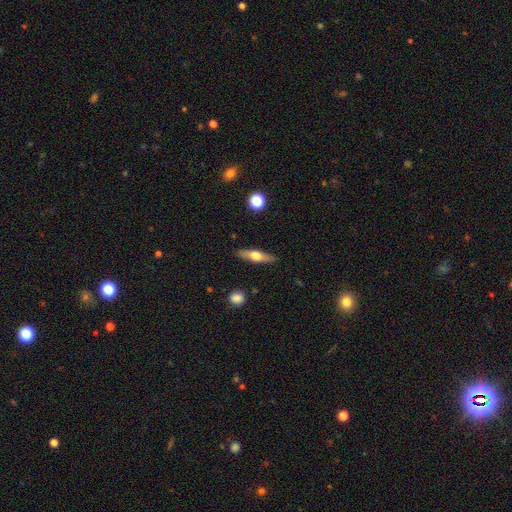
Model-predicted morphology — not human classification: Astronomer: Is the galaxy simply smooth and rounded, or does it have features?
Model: smooth — 48% (runner-up: featured or disk, 46%).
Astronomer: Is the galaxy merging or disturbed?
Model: none — 88%.